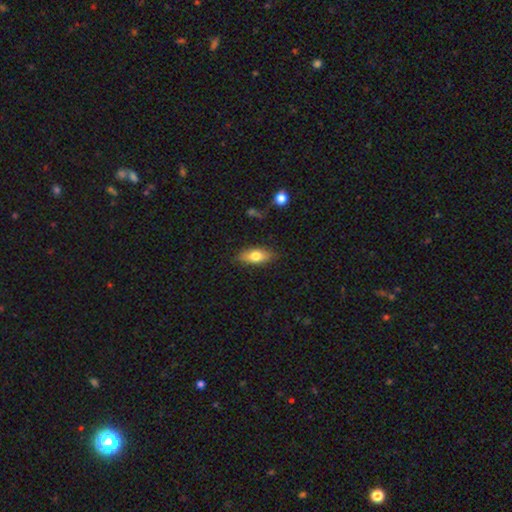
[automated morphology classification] smooth 71%, featured or disk 22%, star or artifact 7%. Down the decision tree: how rounded — in between (80%); merging — none (83%).